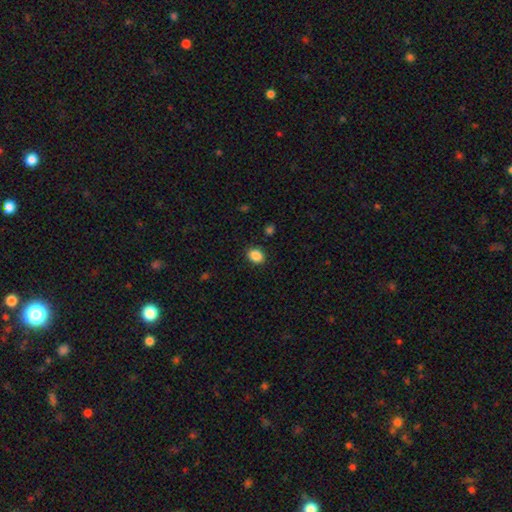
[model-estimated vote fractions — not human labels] Q: Smooth or featured?
A: smooth (88%); runner-up: star or artifact (9%)
Q: How rounded?
A: in between (57%); runner-up: round (42%)
Q: Merging?
A: none (89%); runner-up: minor disturbance (8%)